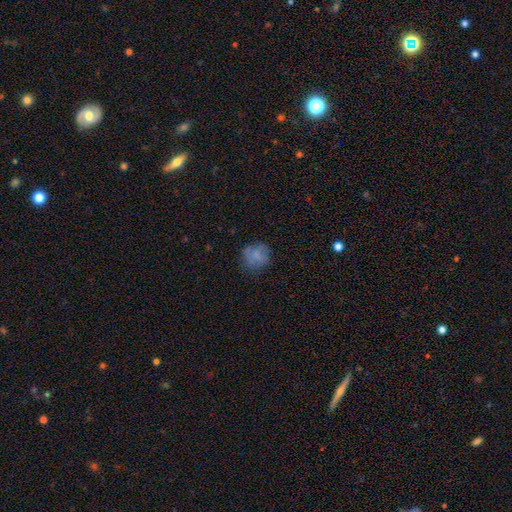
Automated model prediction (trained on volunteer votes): smooth-or-featured: smooth: 72% | featured or disk: 17% | star or artifact: 12%
  how-rounded: round: 83% | in between: 16% | cigar-shaped: 1%
  merging: none: 70% | minor disturbance: 20% | major disturbance: 8% | merger: 2%